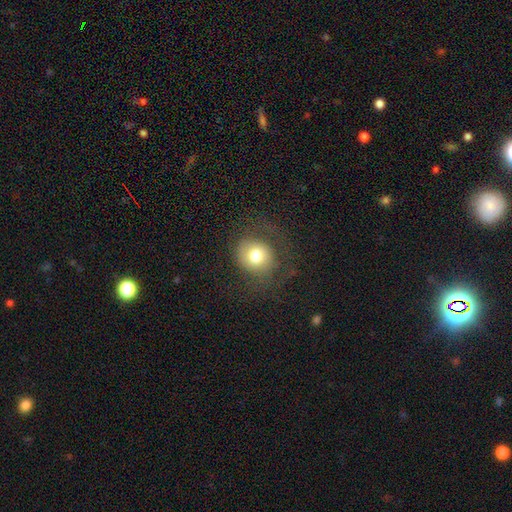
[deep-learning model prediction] Smooth or featured?
  - smooth: 71% *
  - featured or disk: 18%
  - star or artifact: 10%
How rounded?
  - round: 82% *
  - in between: 17%
  - cigar-shaped: 1%
Merging?
  - none: 66% *
  - major disturbance: 16%
  - minor disturbance: 16%
  - merger: 1%